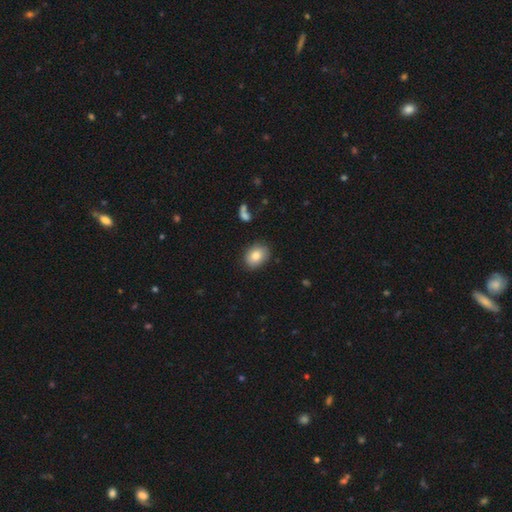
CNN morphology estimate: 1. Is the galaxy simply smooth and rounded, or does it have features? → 83% smooth, 9% featured or disk, 8% star or artifact.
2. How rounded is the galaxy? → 66% in between, 33% round, 1% cigar-shaped.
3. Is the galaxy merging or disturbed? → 86% none, 11% minor disturbance, 2% major disturbance, 2% merger.